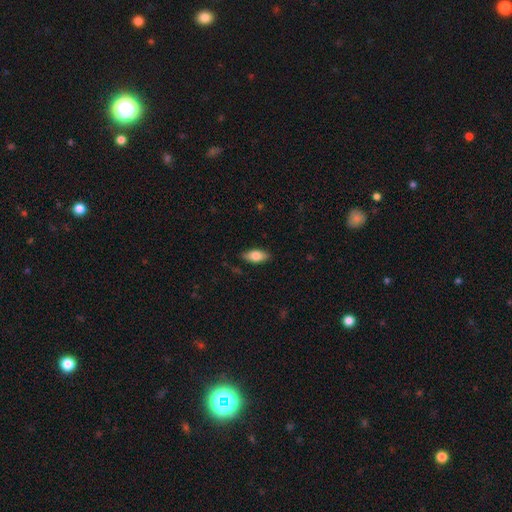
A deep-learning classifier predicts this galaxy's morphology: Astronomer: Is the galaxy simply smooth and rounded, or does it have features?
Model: smooth — 79%.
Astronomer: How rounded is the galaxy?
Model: in between — 87%.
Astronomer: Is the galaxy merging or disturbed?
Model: none — 85%.